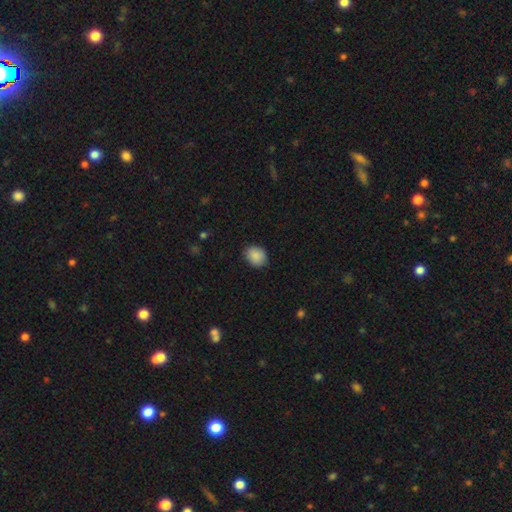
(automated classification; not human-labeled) This appears to be a smooth galaxy with no disk features (89%) that is round (53%). Merging: none (87%).